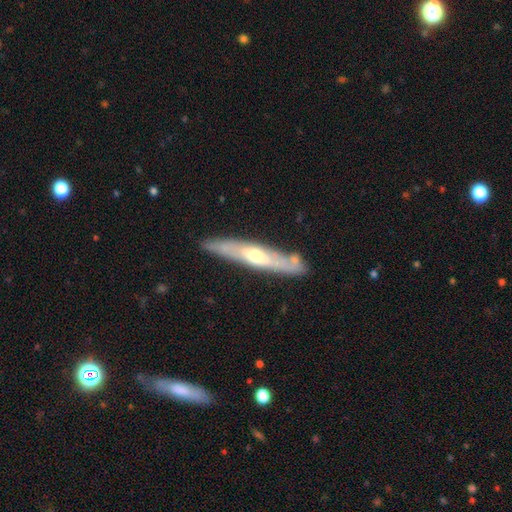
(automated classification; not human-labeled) The model was most divided on "smooth or featured": featured or disk: 64%, smooth: 30%, star or artifact: 5%. More confident: merging — none (80%); edge-on disk — yes (76%).